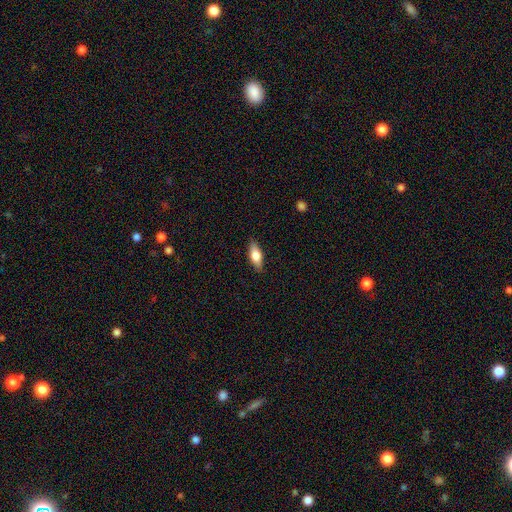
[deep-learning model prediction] Smooth or featured?
  - smooth: 71% *
  - featured or disk: 23%
  - star or artifact: 6%
How rounded?
  - in between: 75% *
  - cigar-shaped: 22%
  - round: 3%
Merging?
  - none: 88% *
  - minor disturbance: 9%
  - major disturbance: 2%
  - merger: 1%